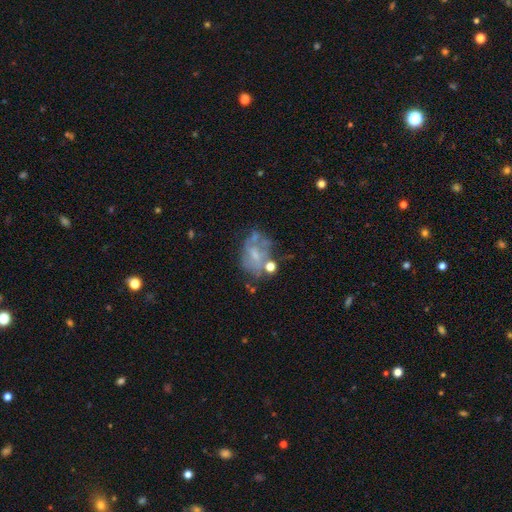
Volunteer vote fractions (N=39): smooth-or-featured: featured or disk: 59% | smooth: 28% | star or artifact: 13%
  disk-edge-on: no: 100% | yes: 0%
    bar: no: 74% | weak: 22% | strong: 4%
    has-spiral-arms: no: 65% | yes: 35%
    bulge-size: none: 48% | small: 35% | moderate: 17% | dominant: 0% | large: 0%
  merging: major disturbance: 41% | minor disturbance: 32% | none: 24% | merger: 3%